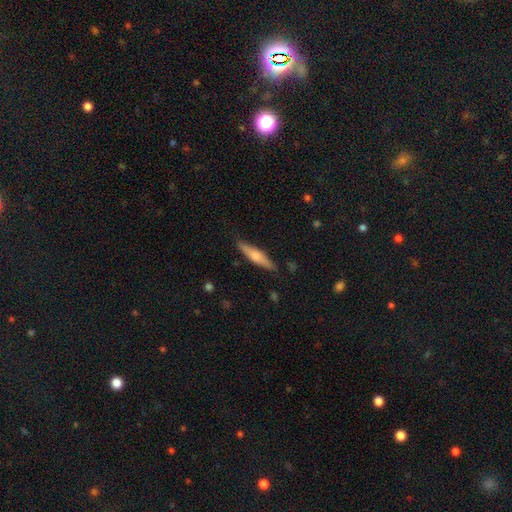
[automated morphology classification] smooth-or-featured: smooth: 52% | featured or disk: 43% | star or artifact: 6%
  how-rounded: cigar-shaped: 81% | in between: 17% | round: 2%
  merging: none: 86% | minor disturbance: 11% | major disturbance: 2% | merger: 1%